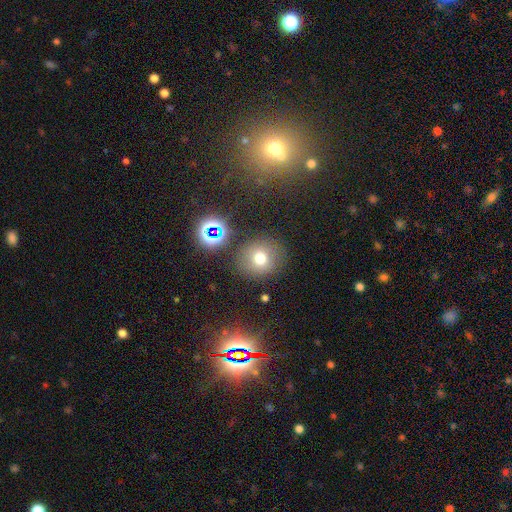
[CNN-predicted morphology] A star or artifact, not a galaxy (59%).